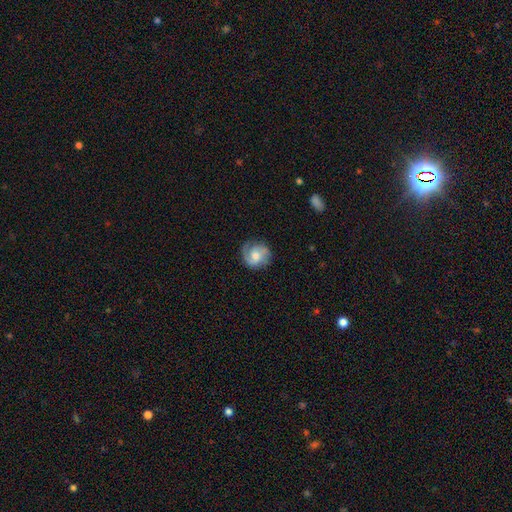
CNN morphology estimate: A featured or disk galaxy (65%) with no bar (60%), 2 (61%) medium (44%) spiral arms (93%) and a moderate central bulge (59%).

Vote fractions:
- Smooth or featured? featured or disk: 65% / smooth: 28% / star or artifact: 7%
- Edge-on disk? no: 98% / yes: 2%
- Bar? no: 60% / weak: 34% / strong: 6%
- Spiral arms? yes: 93% / no: 7%
- Spiral winding? medium: 44% / tight: 37% / loose: 18%
- Spiral arm count? 2: 61% / 3: 13% / can't tell: 12% / 1: 10% / 4: 2% / more than 4: 2%
- Bulge size? moderate: 59% / small: 25% / large: 10% / none: 4% / dominant: 1%
- Merging? none: 76% / minor disturbance: 17% / major disturbance: 6% / merger: 1%